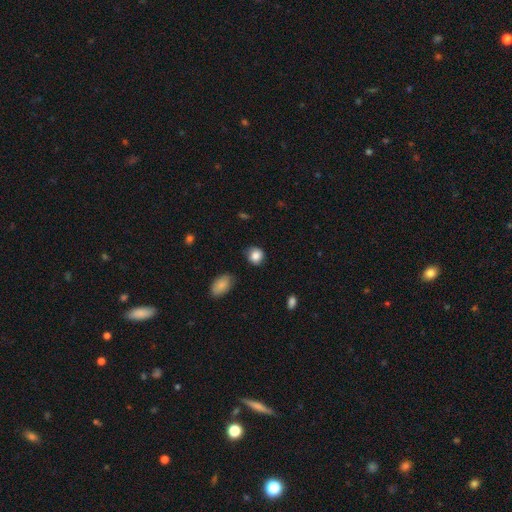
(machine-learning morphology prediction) A smooth galaxy with no disk features (84%) that is round (77%). Merging: none (76%).